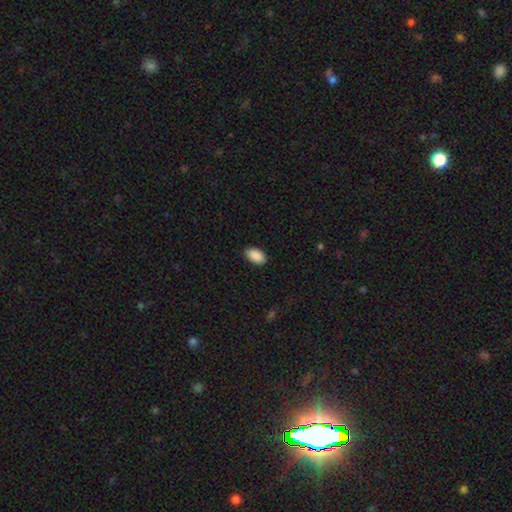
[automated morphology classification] Smooth or featured? smooth (91%)
How rounded? in between (94%)
Merging? none (87%)